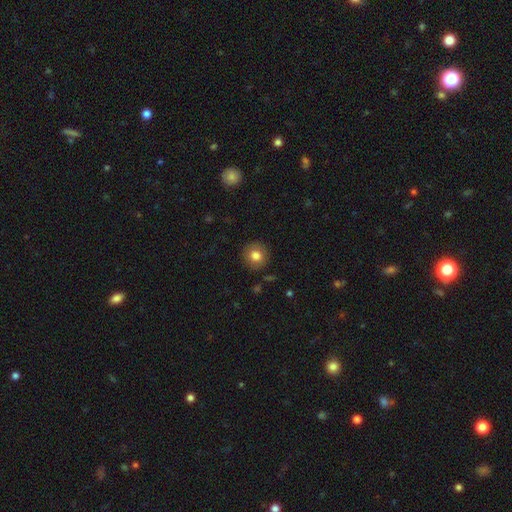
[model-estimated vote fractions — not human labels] A smooth galaxy with no disk features (81%) that is round (92%). Merging: none (90%).